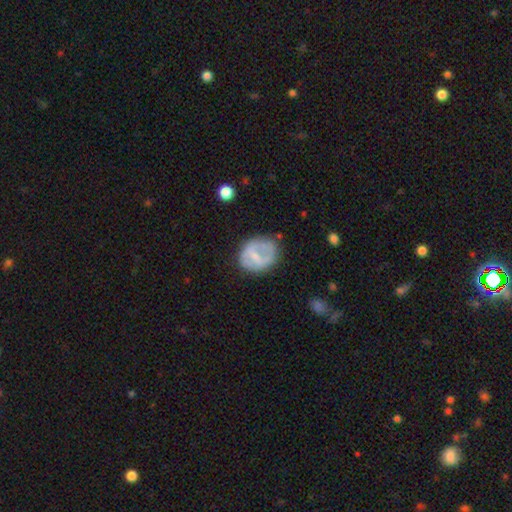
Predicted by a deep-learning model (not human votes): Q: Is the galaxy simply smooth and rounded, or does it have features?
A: featured or disk — 50%.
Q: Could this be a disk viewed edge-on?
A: no — 95%.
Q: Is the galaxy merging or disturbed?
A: none — 63%.